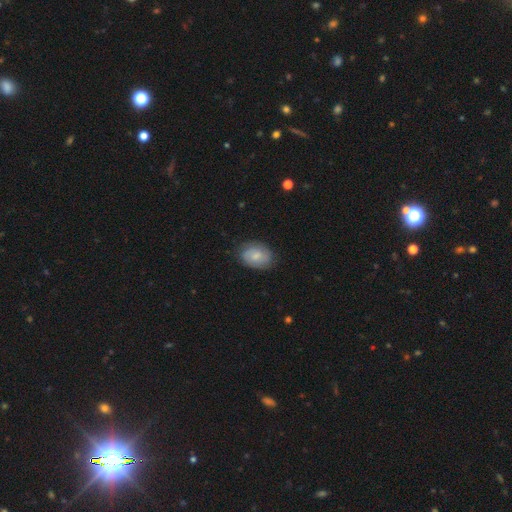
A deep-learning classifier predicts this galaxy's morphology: The model was most divided on "smooth or featured": smooth: 63%, featured or disk: 30%, star or artifact: 7%. More confident: merging — none (77%); how rounded — in between (76%).